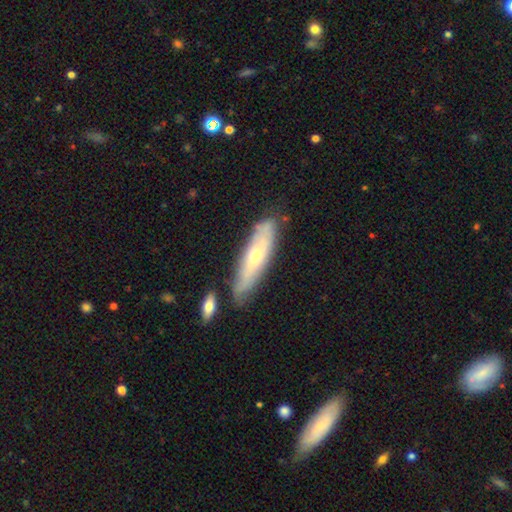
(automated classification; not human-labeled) smooth_or_featured: smooth (p=0.53) [alt: featured or disk p=0.41]
how_rounded: cigar-shaped (p=0.66) [alt: in between p=0.32]
merging: none (p=0.70) [alt: minor disturbance p=0.19]